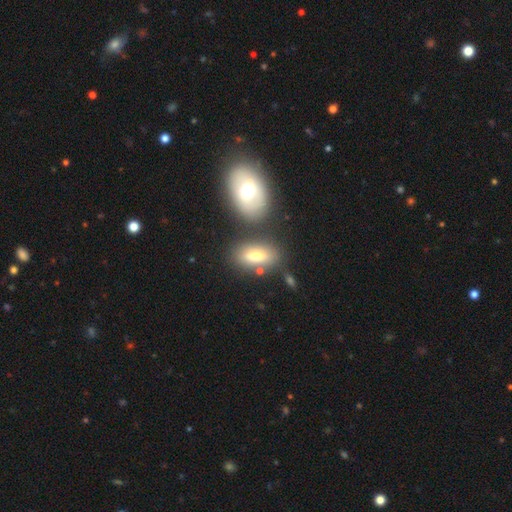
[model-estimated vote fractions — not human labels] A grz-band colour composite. It shows a smooth galaxy with no disk features (71%) that is in between round and cigar-shaped (87%). Merging: none (67%).